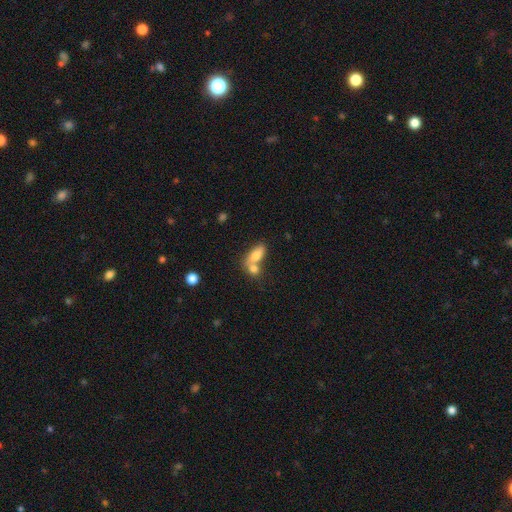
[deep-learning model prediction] smooth_or_featured: smooth (p=0.76) [alt: featured or disk p=0.16]
how_rounded: in between (p=0.78) [alt: cigar-shaped p=0.13]
merging: merger (p=0.58) [alt: none p=0.29]